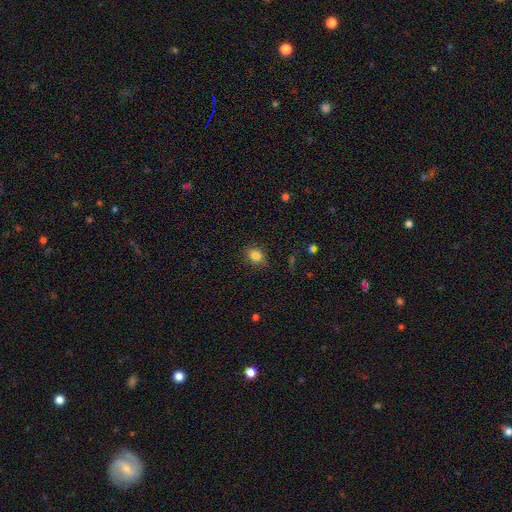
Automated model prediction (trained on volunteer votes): Q: Smooth or featured?
A: smooth (83%); runner-up: star or artifact (11%)
Q: How rounded?
A: round (56%); runner-up: in between (43%)
Q: Merging?
A: none (81%); runner-up: minor disturbance (14%)